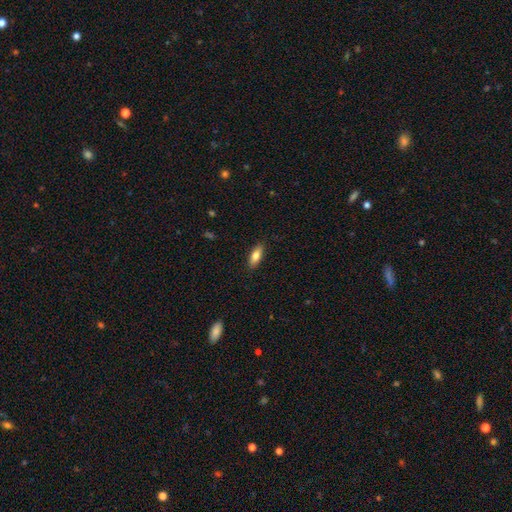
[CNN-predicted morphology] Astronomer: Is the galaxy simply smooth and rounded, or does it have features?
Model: smooth — 78%.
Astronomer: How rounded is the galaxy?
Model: in between — 71%.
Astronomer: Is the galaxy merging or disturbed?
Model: none — 88%.